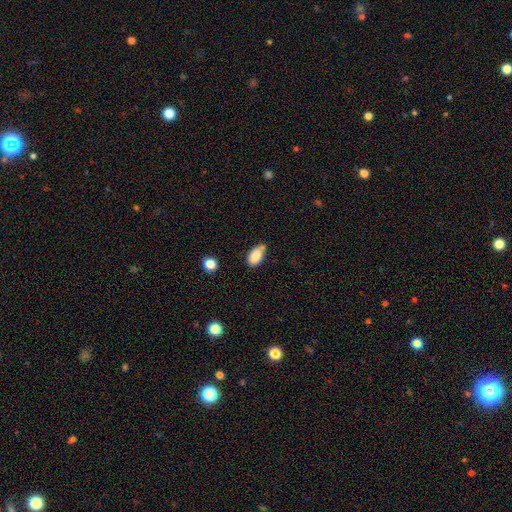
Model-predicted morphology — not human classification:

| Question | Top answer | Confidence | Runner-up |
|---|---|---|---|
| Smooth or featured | smooth | 85% | star or artifact (8%) |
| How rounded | in between | 92% | round (4%) |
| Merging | none | 56% | minor disturbance (27%) |